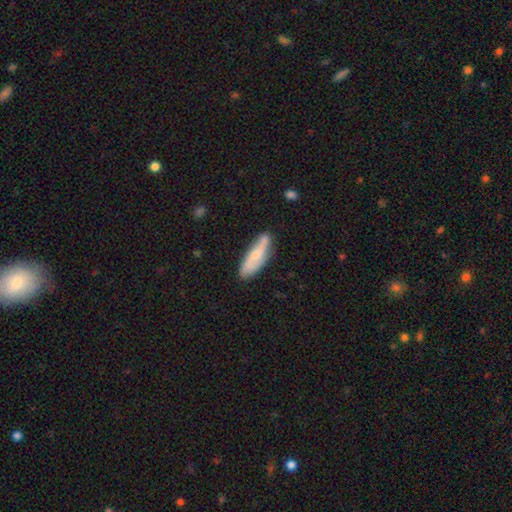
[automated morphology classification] smooth 57%, featured or disk 37%, star or artifact 6%. Down the decision tree: how rounded — cigar-shaped (52%); merging — none (66%).